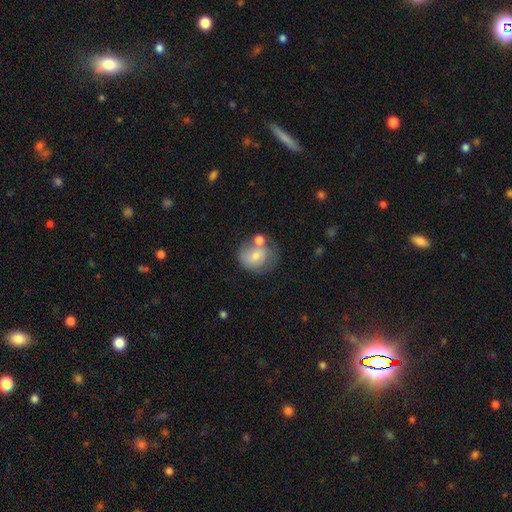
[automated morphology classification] type=smooth (66%); roundness=round (70%); merging=none (40%).